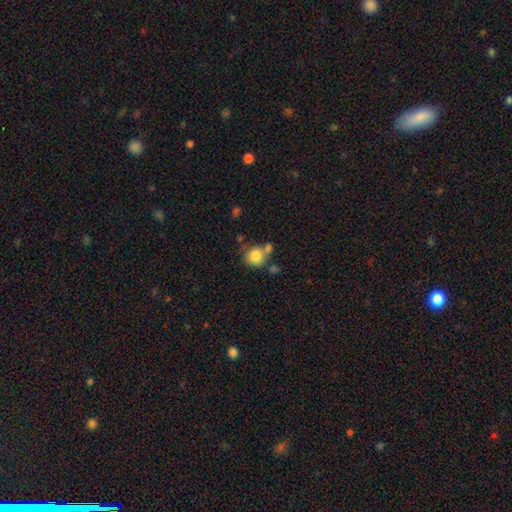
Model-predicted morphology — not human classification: A smooth galaxy with no disk features (81%) that is round (87%). Merging: none (55%).